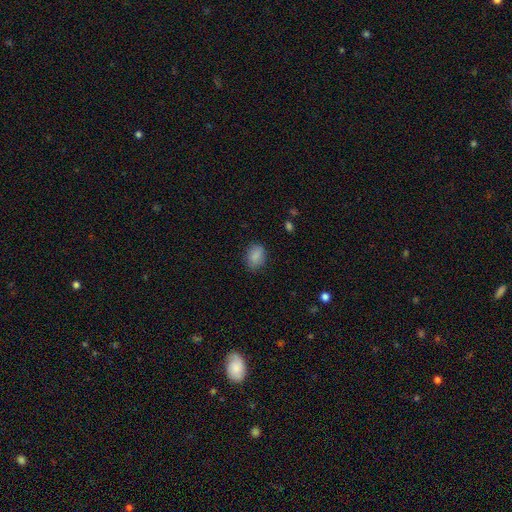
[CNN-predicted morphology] This is clearly a smooth galaxy (87%). How rounded: likely in between (75%). Merging: clearly none (80%).